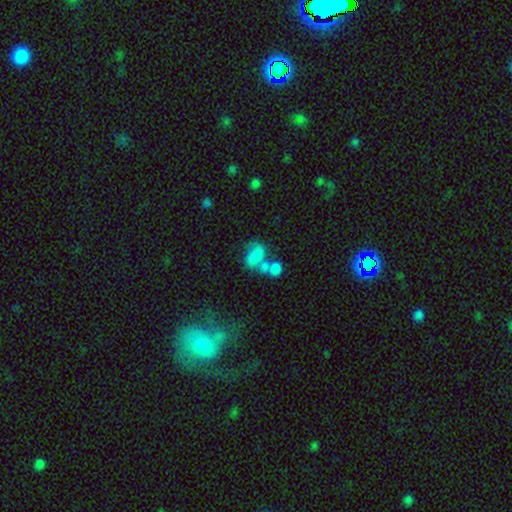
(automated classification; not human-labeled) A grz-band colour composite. It shows a smooth galaxy with no disk features (67%) that is in between round and cigar-shaped (84%). Merging: merger (53%).